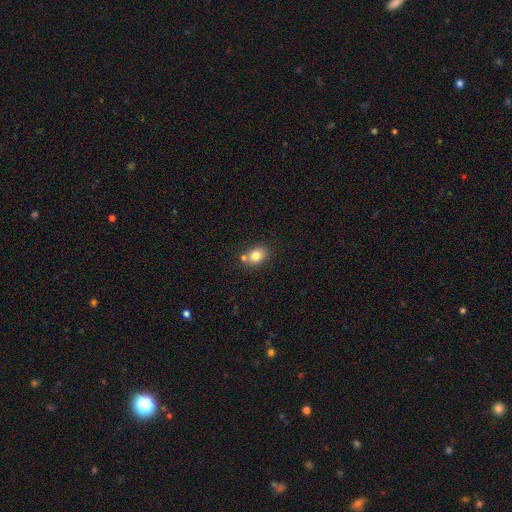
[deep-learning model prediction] smooth 80%, star or artifact 10%, featured or disk 9%. Down the decision tree: how rounded — in between (56%); merging — none (67%).